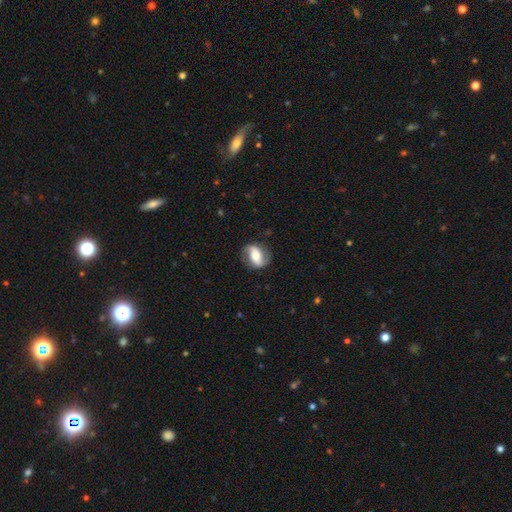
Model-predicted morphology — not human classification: This is likely a featured or disk galaxy (69%). It is clearly not viewed edge-on (94%). Bar: marginally strong (43%). Spiral arm pattern: clearly yes (84%). Spiral arm count: clearly 2 (90%). Spiral winding: possibly loose (50%). Central bulge: likely moderate (65%). Merging: clearly none (82%).